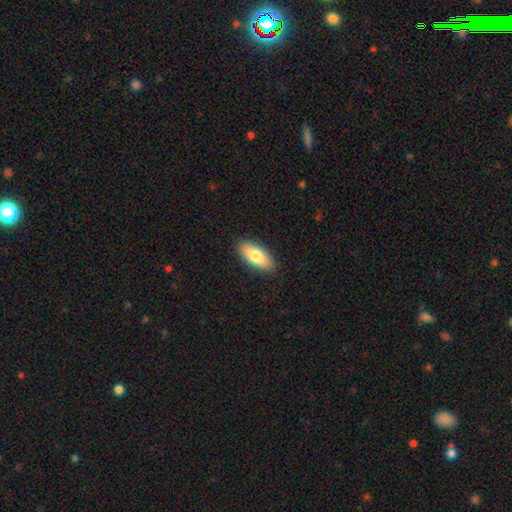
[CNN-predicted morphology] smooth-or-featured: smooth: 79% | featured or disk: 15% | star or artifact: 6%
  how-rounded: in between: 85% | cigar-shaped: 13% | round: 2%
  merging: none: 89% | minor disturbance: 8% | major disturbance: 2% | merger: 1%